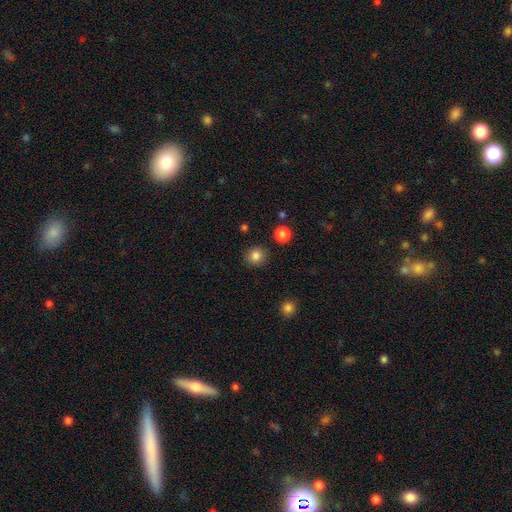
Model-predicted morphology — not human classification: type=smooth (85%); roundness=round (90%); merging=none (89%).